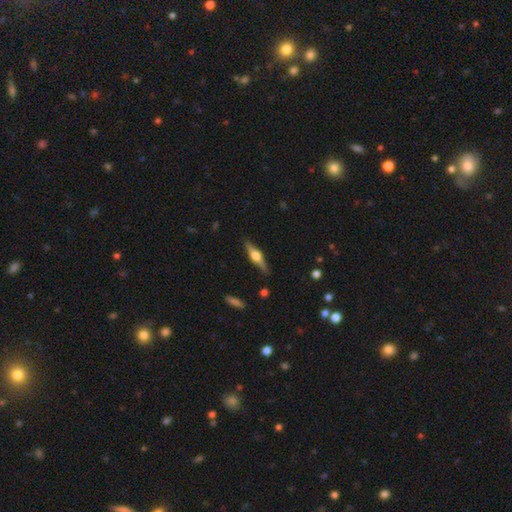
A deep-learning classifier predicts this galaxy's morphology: featured or disk 69%, smooth 25%, star or artifact 6%. Down the decision tree: edge-on disk — yes (97%); edge-on bulge — rounded (93%); merging — none (86%).